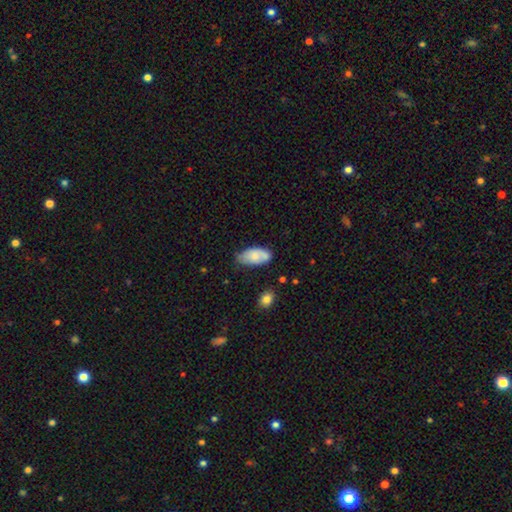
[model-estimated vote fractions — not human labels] smooth 72%, featured or disk 22%, star or artifact 7%. Down the decision tree: how rounded — in between (93%); merging — none (51%).